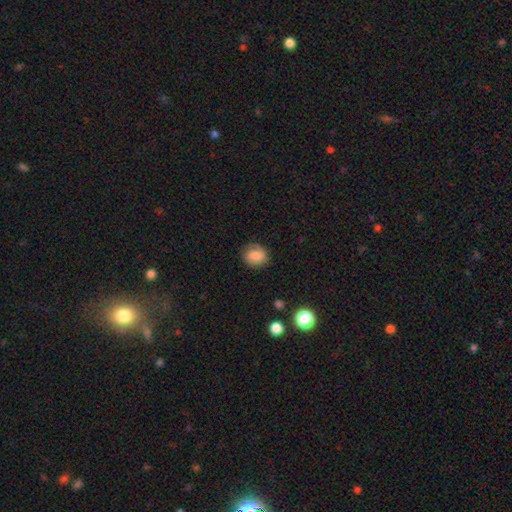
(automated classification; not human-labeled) Smooth or featured? Predicted: smooth (p=0.70). How rounded? Predicted: round (p=0.69). Merging? Predicted: none (p=0.77).